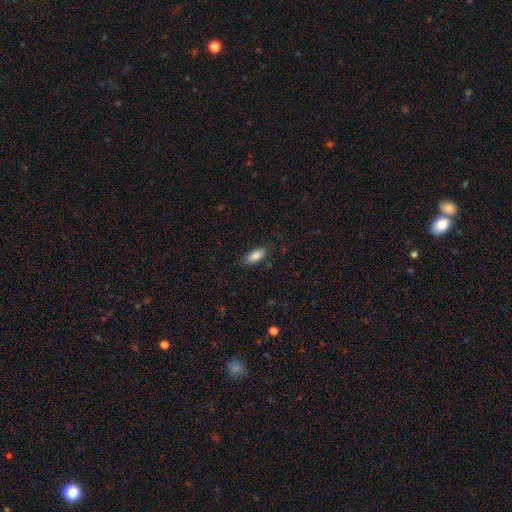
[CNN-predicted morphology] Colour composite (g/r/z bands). It shows a smooth galaxy with no disk features (85%) that is in between round and cigar-shaped (85%). Merging: none (81%).